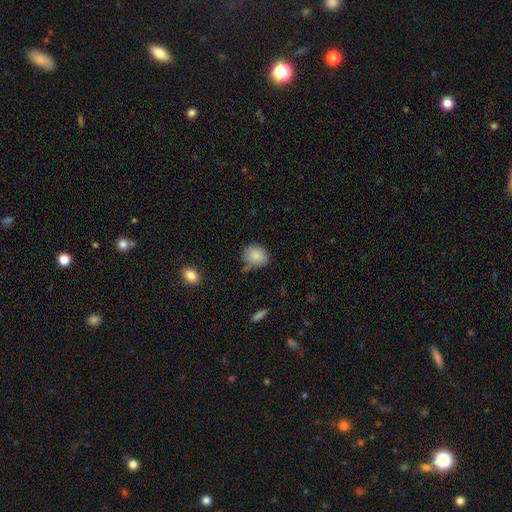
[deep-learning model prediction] A smooth galaxy with no disk features (87%) that is round (71%).

Vote fractions:
- Smooth or featured? smooth: 87% / star or artifact: 8% / featured or disk: 5%
- How rounded? round: 71% / in between: 28% / cigar-shaped: 1%
- Merging? none: 72% / minor disturbance: 20% / major disturbance: 4% / merger: 4%